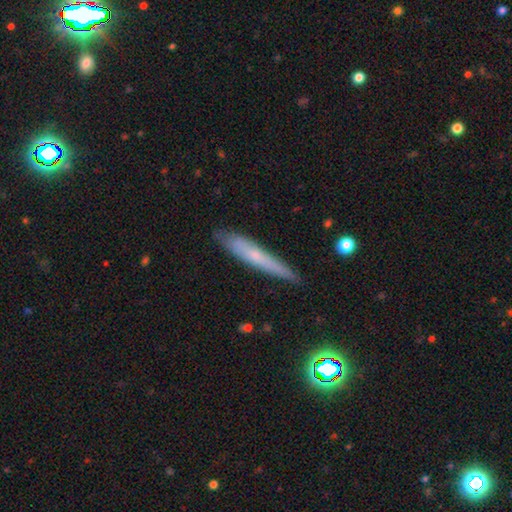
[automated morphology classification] A smooth galaxy with no disk features (53%) that is cigar-shaped (94%). Merging: none (82%).